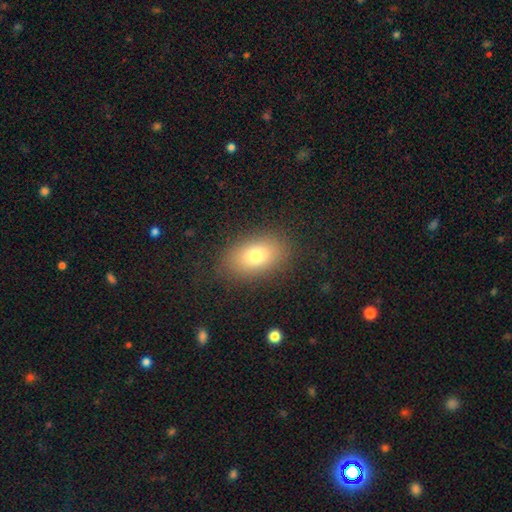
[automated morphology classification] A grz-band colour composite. It shows a smooth galaxy with no disk features (76%) that is in between round and cigar-shaped (86%). Merging: none (86%).